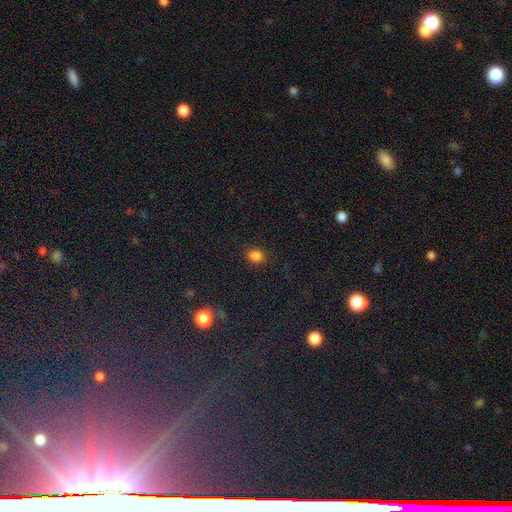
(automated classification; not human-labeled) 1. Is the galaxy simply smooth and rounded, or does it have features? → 81% smooth, 14% star or artifact, 4% featured or disk.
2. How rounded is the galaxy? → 59% in between, 39% round, 1% cigar-shaped.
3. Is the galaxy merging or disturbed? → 82% none, 12% minor disturbance, 3% major disturbance, 2% merger.